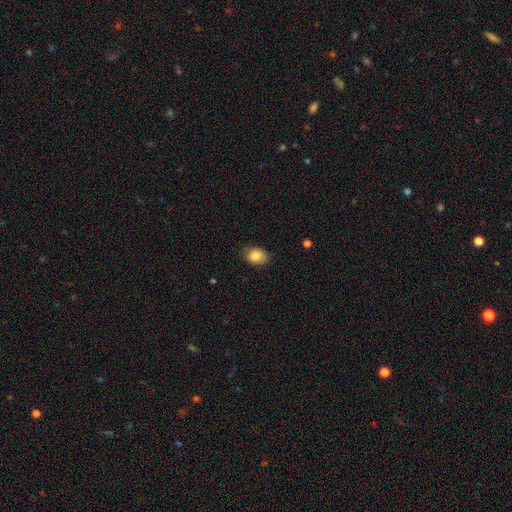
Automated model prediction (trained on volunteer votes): smooth 85%, star or artifact 8%, featured or disk 7%. Down the decision tree: how rounded — in between (64%); merging — none (82%).